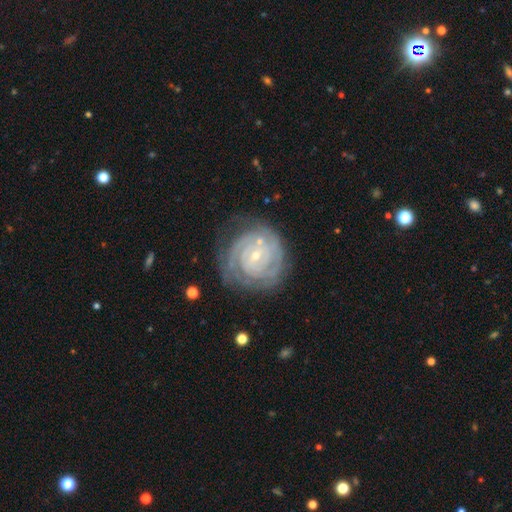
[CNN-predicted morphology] A featured or disk galaxy (87%) with no bar (60%), tight (84%) spiral arms (97%) and a small central bulge (80%). Merging: none (72%).